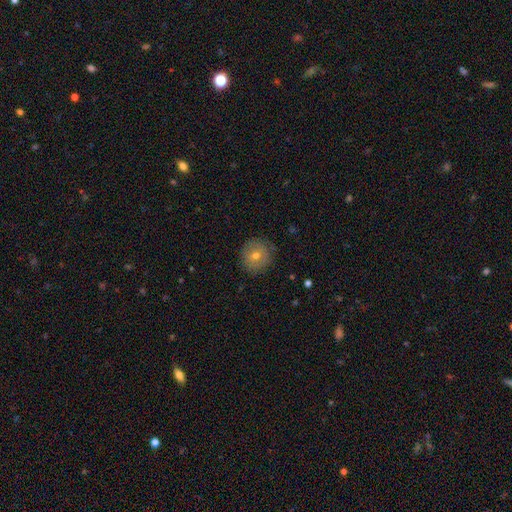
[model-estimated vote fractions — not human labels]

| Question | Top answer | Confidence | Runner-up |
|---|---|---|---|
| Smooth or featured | smooth | 62% | featured or disk (26%) |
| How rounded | round | 93% | in between (6%) |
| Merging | none | 87% | minor disturbance (10%) |